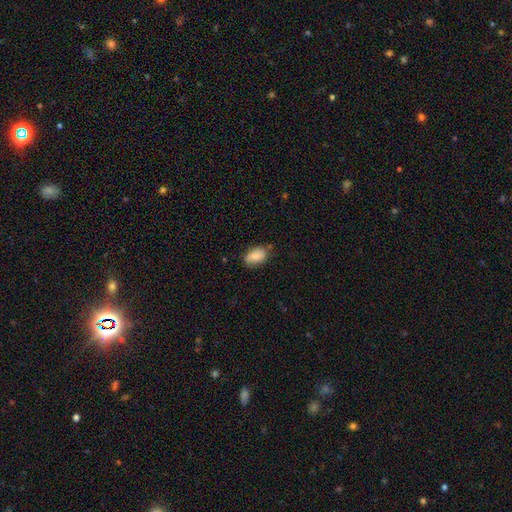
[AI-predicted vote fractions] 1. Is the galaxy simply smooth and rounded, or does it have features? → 82% smooth, 11% featured or disk, 7% star or artifact.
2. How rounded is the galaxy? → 89% in between, 9% round, 2% cigar-shaped.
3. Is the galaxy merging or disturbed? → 72% none, 22% minor disturbance, 4% major disturbance, 2% merger.